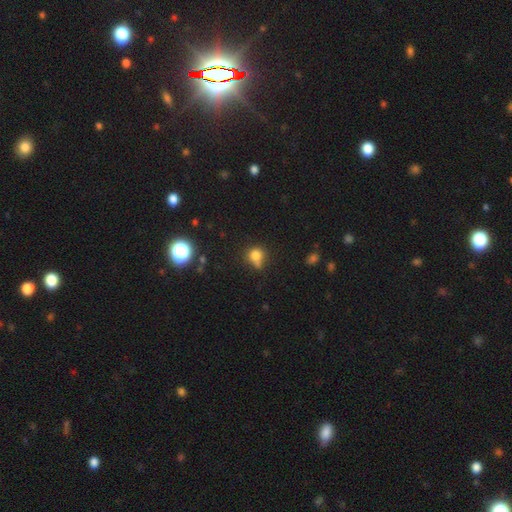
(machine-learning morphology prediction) Smooth or featured? smooth (77%)
How rounded? round (79%)
Merging? none (50%)